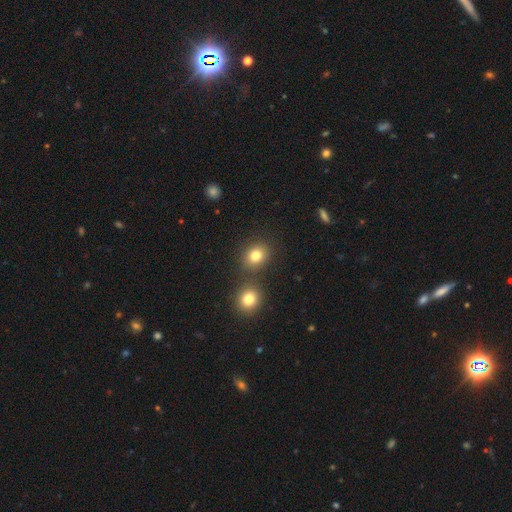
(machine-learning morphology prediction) A smooth galaxy with no disk features (81%) that is round (66%). Merging: none (72%).